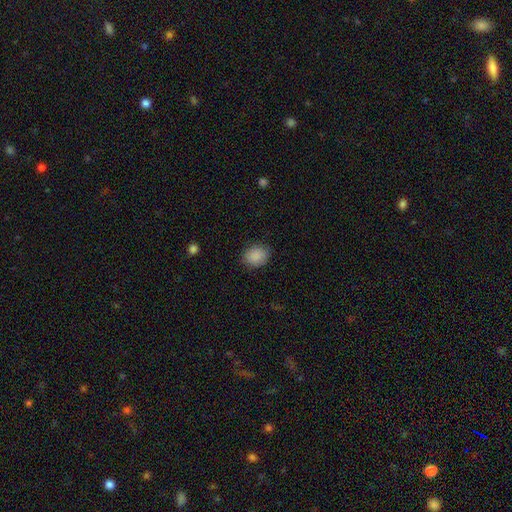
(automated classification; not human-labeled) Q: Smooth or featured?
A: smooth (88%); runner-up: star or artifact (8%)
Q: How rounded?
A: round (53%); runner-up: in between (46%)
Q: Merging?
A: none (83%); runner-up: minor disturbance (13%)